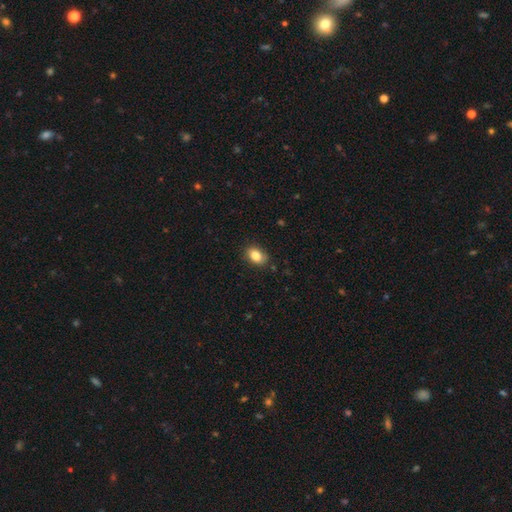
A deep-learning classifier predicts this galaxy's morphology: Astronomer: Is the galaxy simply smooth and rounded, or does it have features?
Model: smooth — 84%.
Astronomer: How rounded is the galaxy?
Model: in between — 74%.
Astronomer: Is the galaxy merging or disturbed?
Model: none — 84%.